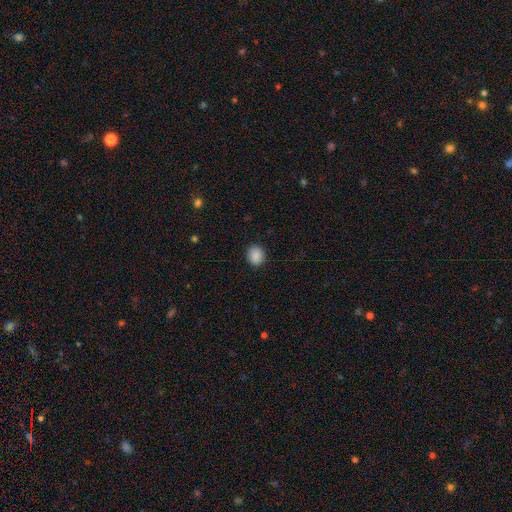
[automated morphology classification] smooth-or-featured: smooth: 89% | star or artifact: 8% | featured or disk: 3%
  how-rounded: round: 68% | in between: 31% | cigar-shaped: 1%
  merging: none: 90% | minor disturbance: 7% | major disturbance: 2% | merger: 1%